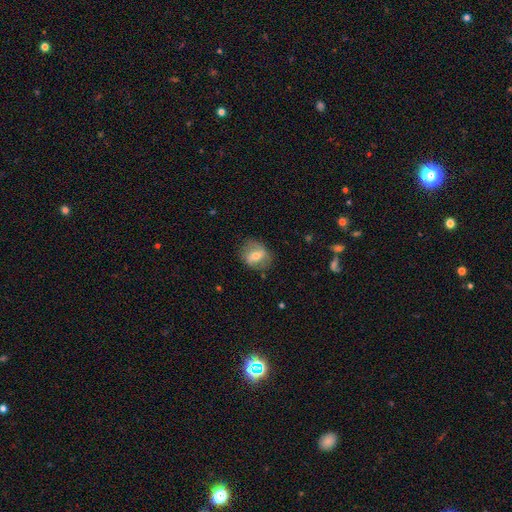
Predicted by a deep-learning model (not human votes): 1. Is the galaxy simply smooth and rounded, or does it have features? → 48% smooth, 44% featured or disk, 8% star or artifact.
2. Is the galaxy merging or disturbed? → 74% none, 18% minor disturbance, 7% major disturbance, 1% merger.